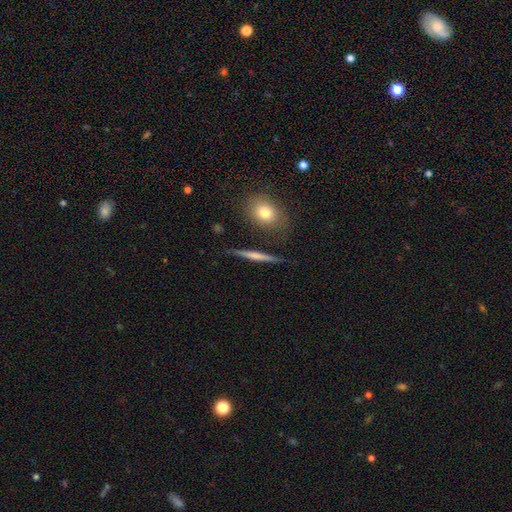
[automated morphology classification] Overall: featured or disk (53%; smooth 40%). Edge-on disk: yes (94%). Merging: none (83%).